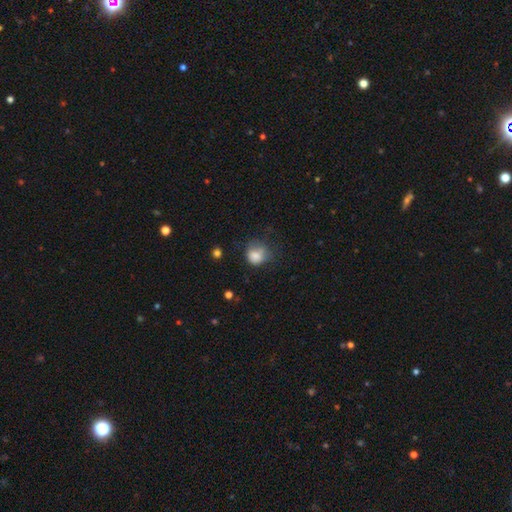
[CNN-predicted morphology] Q: Smooth or featured?
A: smooth (77%); runner-up: featured or disk (13%)
Q: How rounded?
A: round (68%); runner-up: in between (31%)
Q: Merging?
A: none (43%); runner-up: minor disturbance (31%)